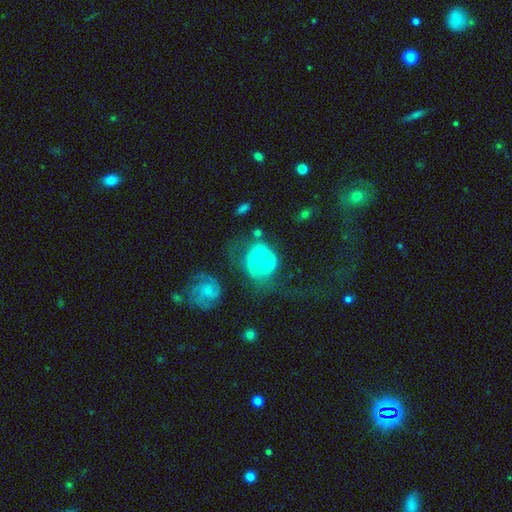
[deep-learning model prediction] This is possibly a featured or disk galaxy (55%). It is clearly not viewed edge-on (98%). Bar: likely no (77%). Spiral arm pattern: possibly yes (56%). Central bulge: possibly small (52%). Merging: marginally major disturbance (29%).